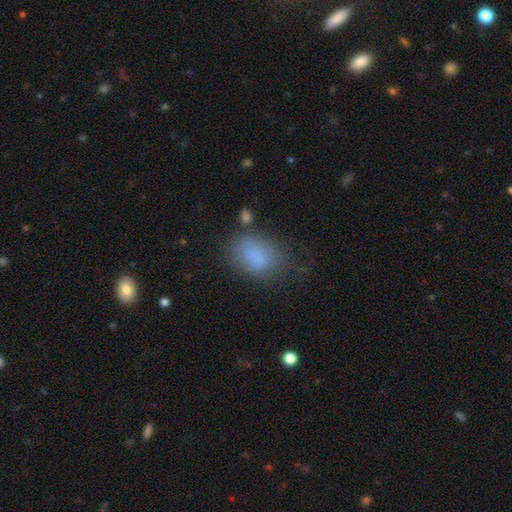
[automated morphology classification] Q: Smooth or featured?
A: smooth (79%); runner-up: star or artifact (11%)
Q: How rounded?
A: in between (77%); runner-up: round (21%)
Q: Merging?
A: none (56%); runner-up: minor disturbance (26%)